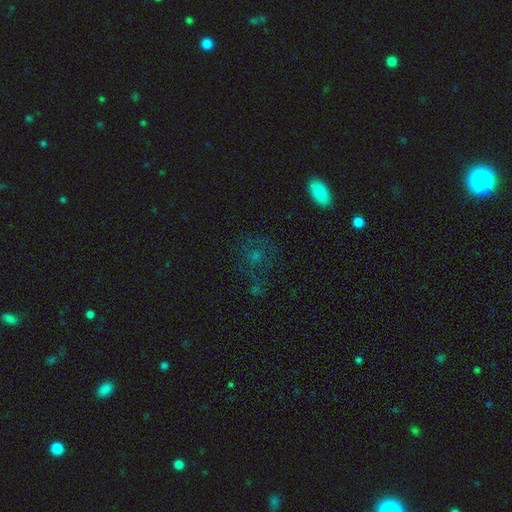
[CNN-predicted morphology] type=smooth (40%); merging=none (63%).